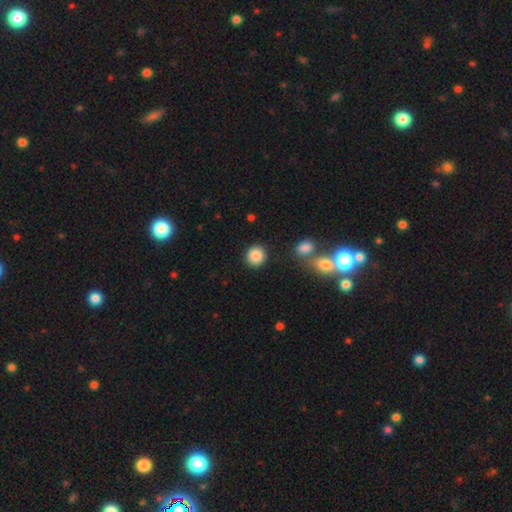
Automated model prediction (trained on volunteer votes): Smooth or featured? Predicted: smooth (p=0.87). How rounded? Predicted: round (p=0.85). Merging? Predicted: none (p=0.87).